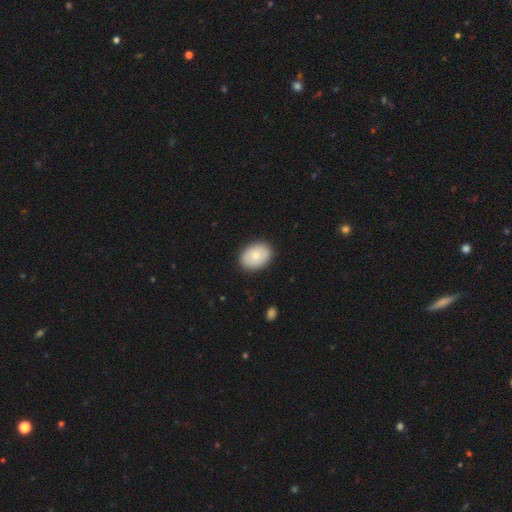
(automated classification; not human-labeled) smooth_or_featured: smooth (p=0.75) [alt: featured or disk p=0.18]
how_rounded: in between (p=0.77) [alt: round p=0.22]
merging: none (p=0.88) [alt: minor disturbance p=0.09]